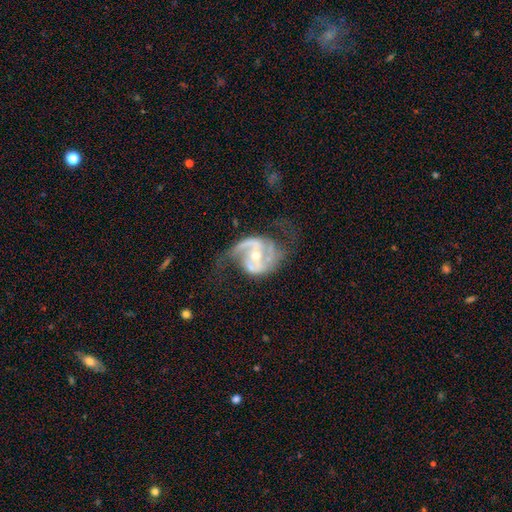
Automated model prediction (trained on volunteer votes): smooth-or-featured: featured or disk: 89% | star or artifact: 6% | smooth: 5%
  disk-edge-on: no: 97% | yes: 3%
    bar: no: 37% | weak: 35% | strong: 28%
    has-spiral-arms: yes: 96% | no: 4%
      spiral-winding: medium: 51% | loose: 34% | tight: 16%
      spiral-arm-count: 2: 86% | can't tell: 4% | 1: 4% | 3: 3% | 4: 1% | more than 4: 1%
    bulge-size: small: 51% | moderate: 46% | large: 2% | none: 1% | dominant: 1%
  merging: none: 55% | major disturbance: 22% | minor disturbance: 20% | merger: 3%